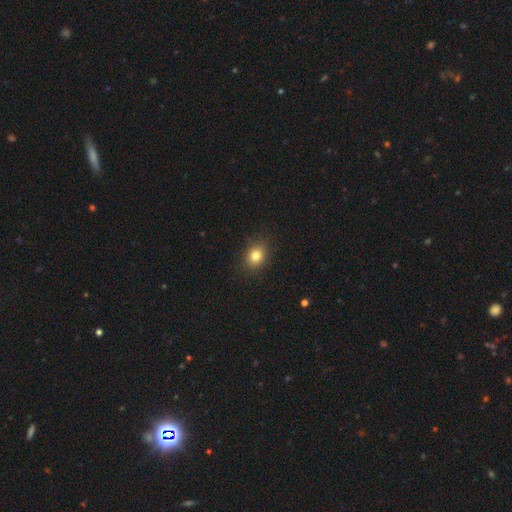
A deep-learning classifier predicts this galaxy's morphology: Smooth or featured: smooth — 81% (star or artifact — 11%)
How rounded: in between — 54% (round — 44%)
Merging: none — 85% (minor disturbance — 11%)